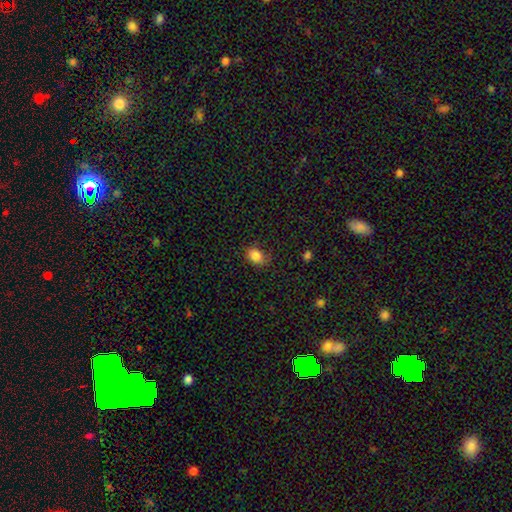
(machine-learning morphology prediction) Smooth or featured? smooth (85%)
How rounded? in between (66%)
Merging? none (72%)